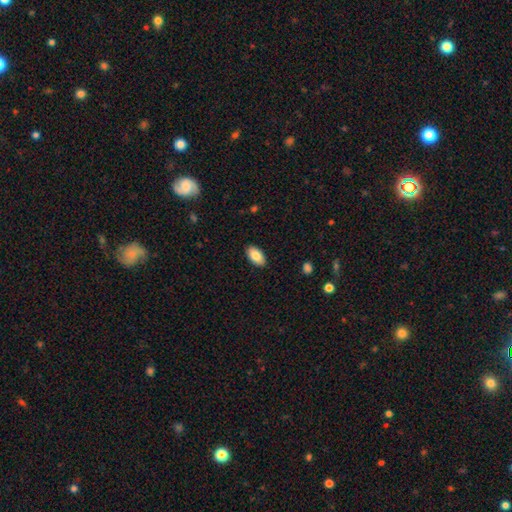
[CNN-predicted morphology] A smooth galaxy with no disk features (86%) that is in between round and cigar-shaped (95%). Merging: none (89%).